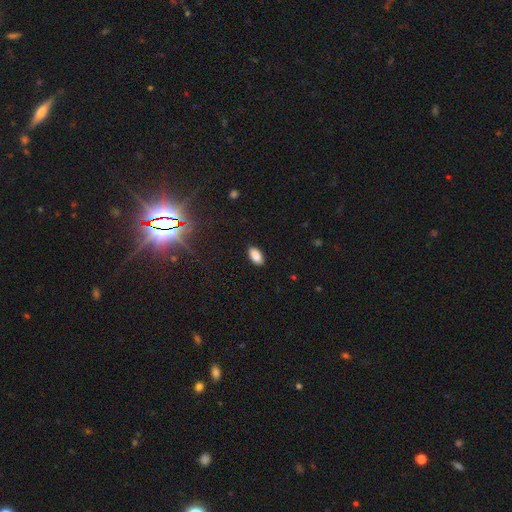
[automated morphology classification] This is clearly a smooth galaxy (88%). How rounded: clearly in between (93%). Merging: clearly none (88%).